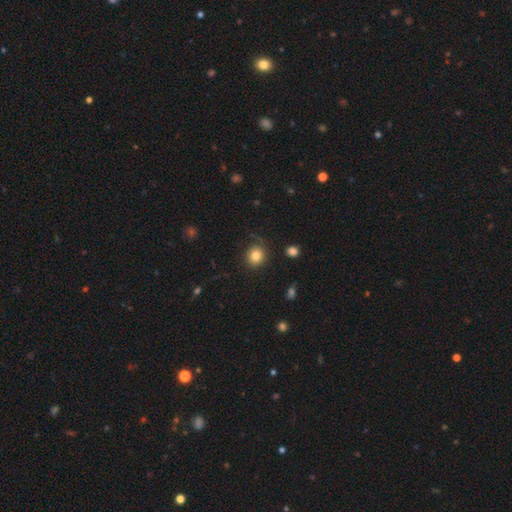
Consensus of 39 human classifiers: A smooth galaxy with no disk features (79%) that is round (90%). Merging: none (49%).